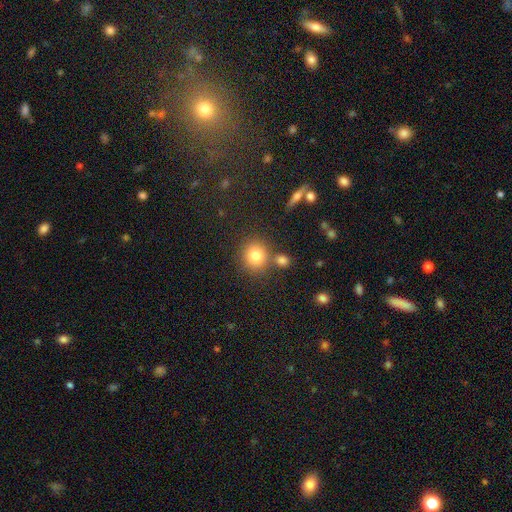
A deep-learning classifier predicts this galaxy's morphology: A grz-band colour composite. It shows a smooth galaxy with no disk features (82%) that is round (82%). Merging: none (69%).